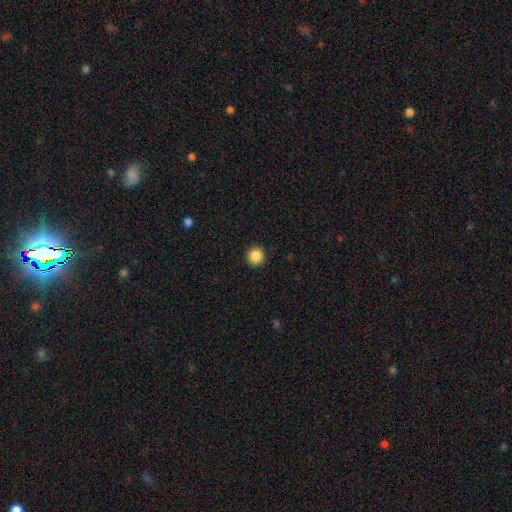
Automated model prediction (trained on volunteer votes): A smooth galaxy with no disk features (86%) that is round (96%).

Vote fractions:
- Smooth or featured? smooth: 86% / star or artifact: 10% / featured or disk: 4%
- How rounded? round: 96% / in between: 3% / cigar-shaped: 1%
- Merging? none: 93% / minor disturbance: 4% / major disturbance: 1% / merger: 1%